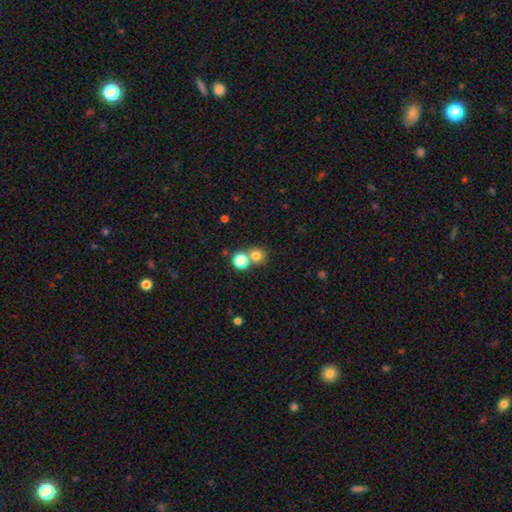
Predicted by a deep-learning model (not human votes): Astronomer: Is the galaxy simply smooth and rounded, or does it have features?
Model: smooth — 77%.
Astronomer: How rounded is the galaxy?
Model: round — 86%.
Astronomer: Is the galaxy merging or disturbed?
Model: none — 55% (runner-up: merger, 35%).